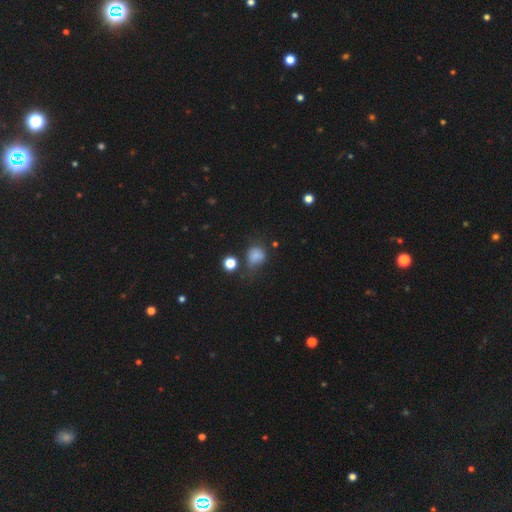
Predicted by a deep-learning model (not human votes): A smooth galaxy with no disk features (76%) that is round (73%). Merging: none (50%).